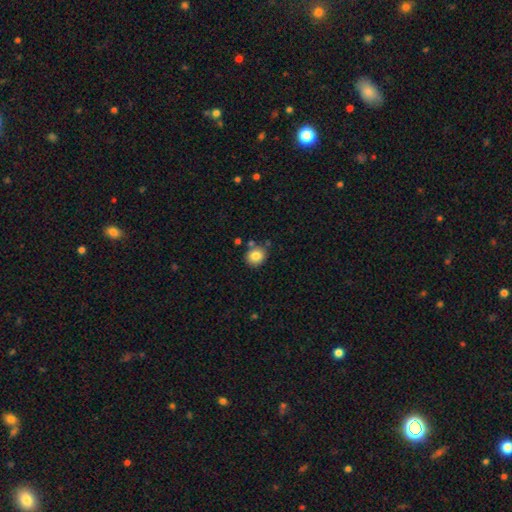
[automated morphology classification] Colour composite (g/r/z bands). It shows a smooth galaxy with no disk features (83%) that is round (80%). Merging: none (78%).